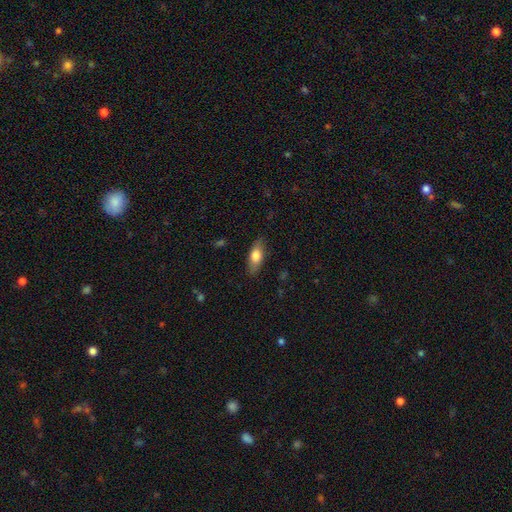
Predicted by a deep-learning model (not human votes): Overall: smooth (70%). How rounded: in between (72%). Merging: none (84%).